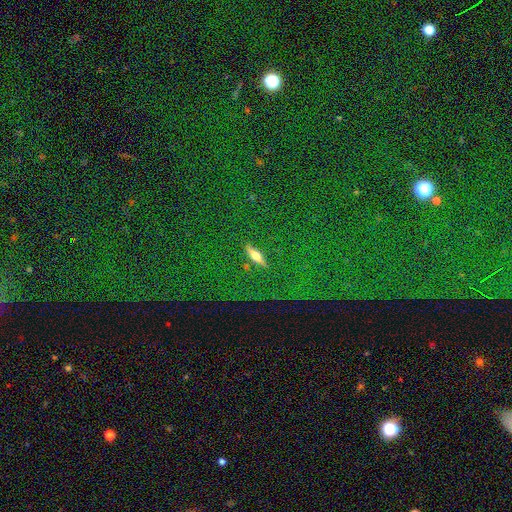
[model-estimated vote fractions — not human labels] Smooth or featured? featured or disk (46%)
Merging? none (82%)